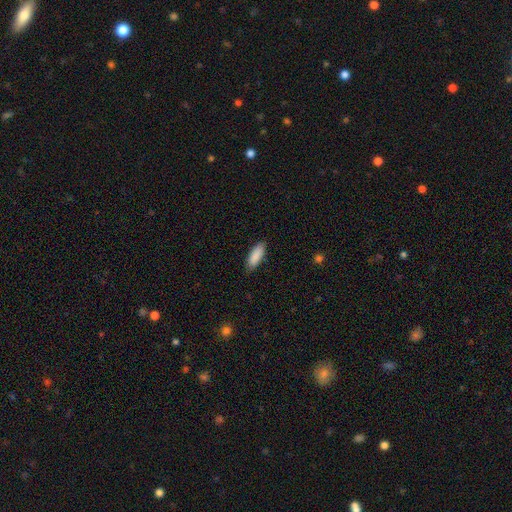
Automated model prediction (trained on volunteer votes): Smooth or featured: smooth — 90% (star or artifact — 6%)
How rounded: in between — 66% (cigar-shaped — 33%)
Merging: none — 86% (minor disturbance — 11%)